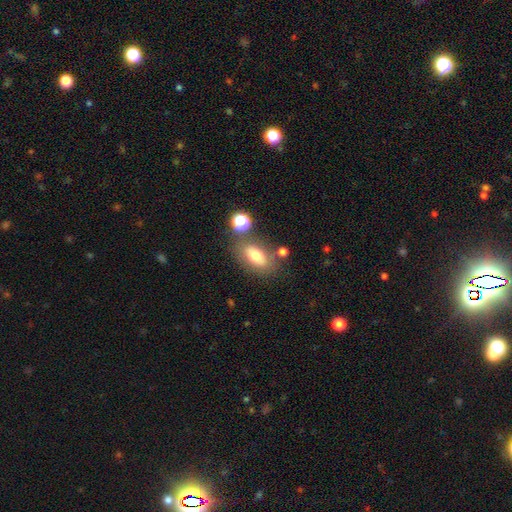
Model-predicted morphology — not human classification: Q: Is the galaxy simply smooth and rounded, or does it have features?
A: smooth — 71%.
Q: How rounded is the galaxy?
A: in between — 84%.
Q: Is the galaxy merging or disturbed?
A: none — 69%.